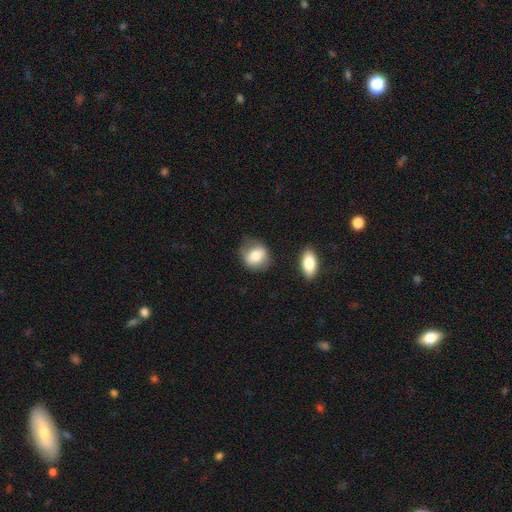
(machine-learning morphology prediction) This is likely a smooth galaxy (75%). How rounded: likely round (60%). Merging: likely none (63%).